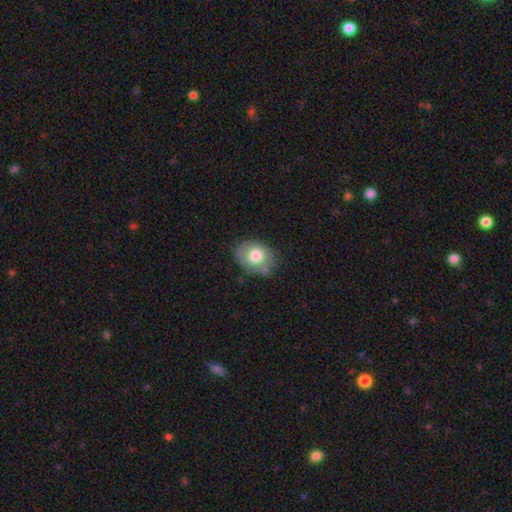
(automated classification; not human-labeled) Overall: smooth (71%). How rounded: in between (67%; round 32%). Merging: none (66%).